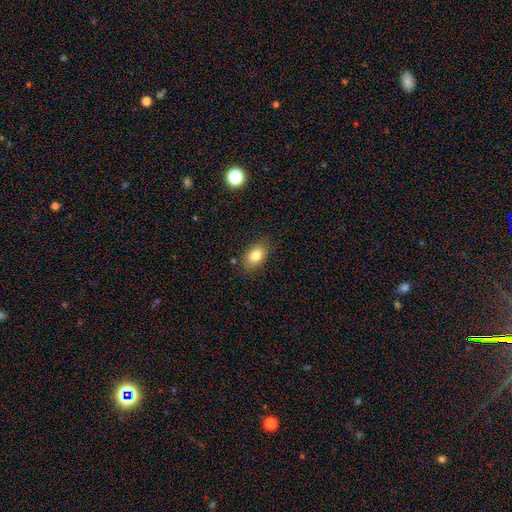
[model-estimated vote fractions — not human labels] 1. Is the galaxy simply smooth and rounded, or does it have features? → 82% smooth, 9% star or artifact, 9% featured or disk.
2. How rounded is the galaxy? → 84% in between, 15% round, 2% cigar-shaped.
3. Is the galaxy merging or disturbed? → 84% none, 12% minor disturbance, 3% major disturbance, 2% merger.